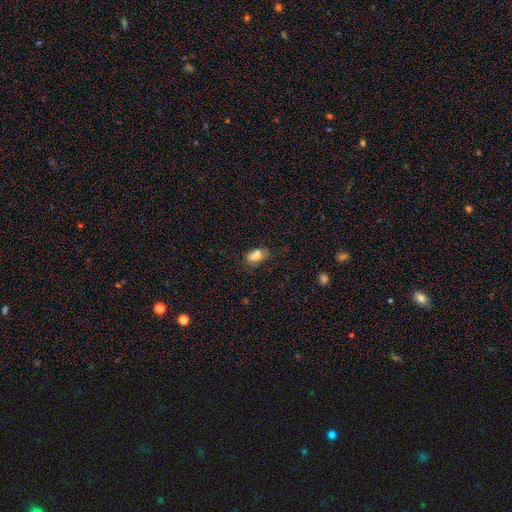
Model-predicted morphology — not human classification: A smooth galaxy with no disk features (73%) that is in between round and cigar-shaped (84%). Merging: none (46%).